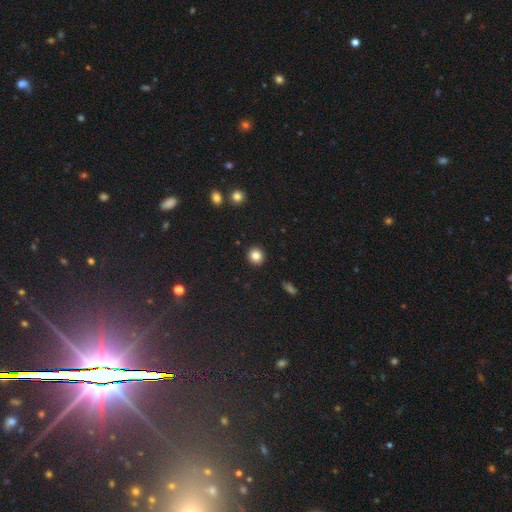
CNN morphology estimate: smooth 84%, star or artifact 10%, featured or disk 5%. Down the decision tree: how rounded — round (90%); merging — none (92%).